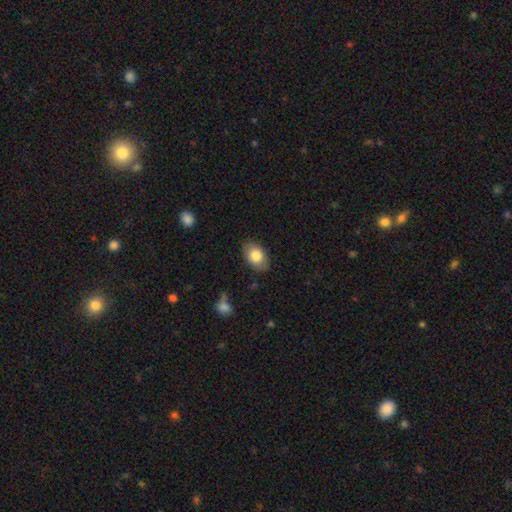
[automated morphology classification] This appears to be a smooth galaxy with no disk features (81%) that is in between round and cigar-shaped (87%). Merging: none (83%).